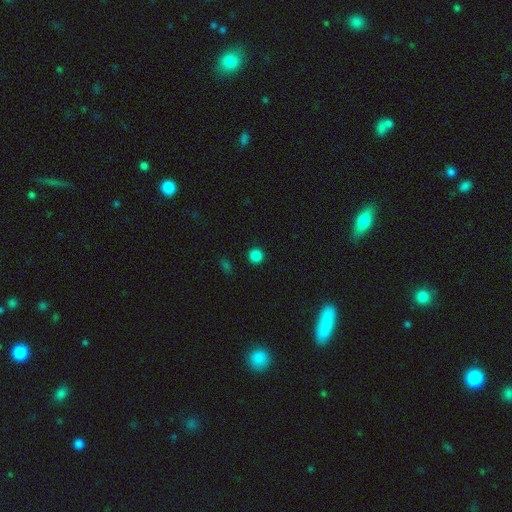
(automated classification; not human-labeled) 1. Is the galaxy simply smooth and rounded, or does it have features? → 85% smooth, 12% star or artifact, 3% featured or disk.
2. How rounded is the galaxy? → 95% round, 4% in between, 1% cigar-shaped.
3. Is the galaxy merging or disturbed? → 92% none, 5% minor disturbance, 2% major disturbance, 1% merger.